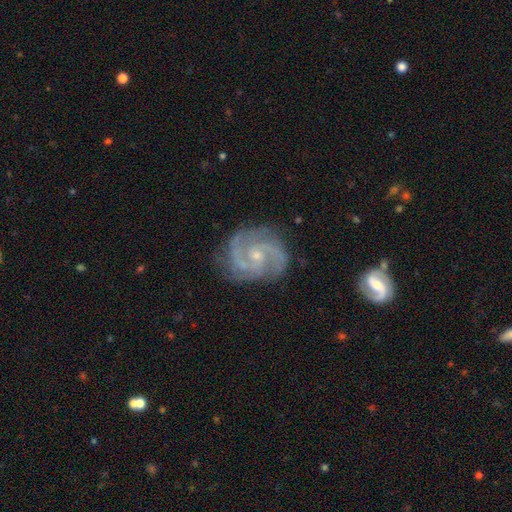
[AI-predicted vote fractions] Smooth or featured? Predicted: featured or disk (p=0.91). Edge-on disk? Predicted: no (p=0.98). Bar? Predicted: no (p=0.57). Spiral arms? Predicted: yes (p=0.99). Spiral winding? Predicted: medium (p=0.52). Spiral arm count? Predicted: 2 (p=0.62). Bulge size? Predicted: small (p=0.68). Merging? Predicted: none (p=0.79).